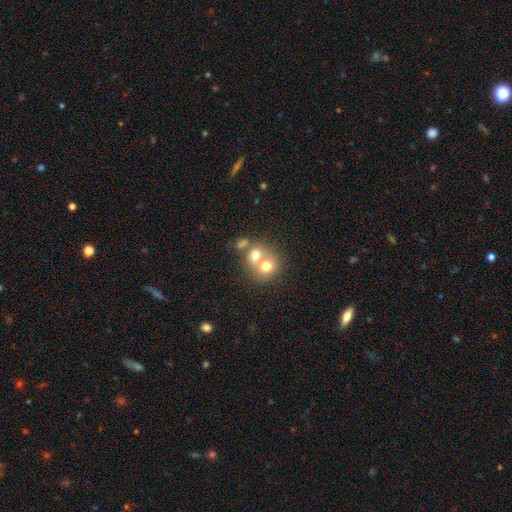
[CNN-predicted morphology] A smooth galaxy with no disk features (60%) that is round (76%).

Vote fractions:
- Smooth or featured? smooth: 60% / featured or disk: 25% / star or artifact: 15%
- How rounded? round: 76% / in between: 23% / cigar-shaped: 1%
- Merging? merger: 60% / none: 30% / minor disturbance: 6% / major disturbance: 3%